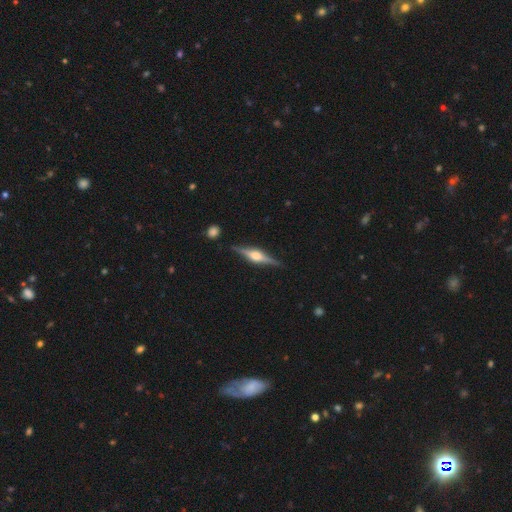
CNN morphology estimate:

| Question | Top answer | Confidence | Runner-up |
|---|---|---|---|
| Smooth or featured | featured or disk | 82% | smooth (13%) |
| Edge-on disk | yes | 98% | no (2%) |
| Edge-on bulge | rounded | 90% | boxy (9%) |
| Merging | none | 88% | minor disturbance (8%) |